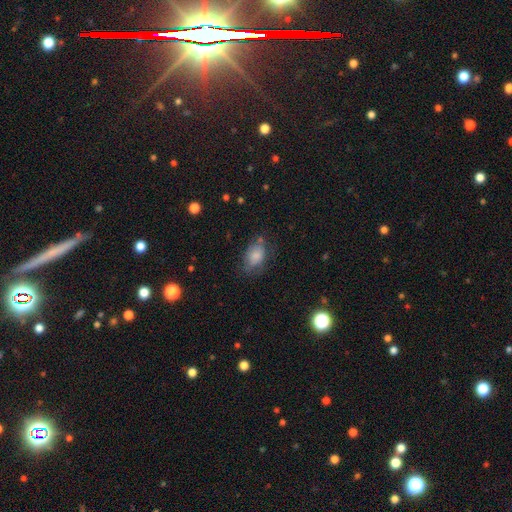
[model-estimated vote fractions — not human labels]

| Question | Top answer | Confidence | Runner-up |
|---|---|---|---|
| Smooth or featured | smooth | 77% | featured or disk (13%) |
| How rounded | in between | 84% | round (15%) |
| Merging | none | 55% | minor disturbance (28%) |